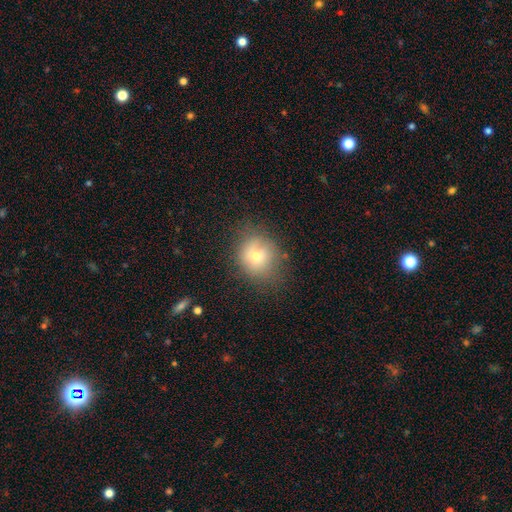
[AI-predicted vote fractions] Smooth or featured? smooth (68%)
How rounded? round (74%)
Merging? none (68%)